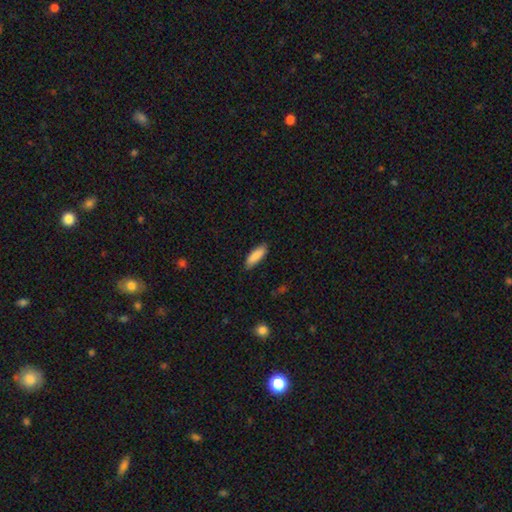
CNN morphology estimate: Smooth or featured? Predicted: smooth (p=0.88). How rounded? Predicted: in between (p=0.55). Merging? Predicted: none (p=0.86).